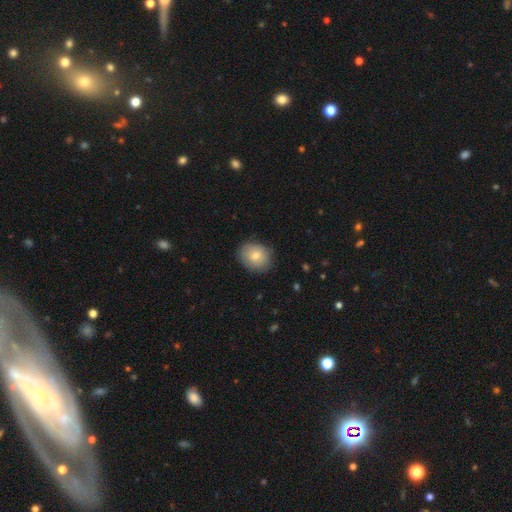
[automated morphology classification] Smooth or featured? smooth (78%)
How rounded? round (54%)
Merging? none (83%)